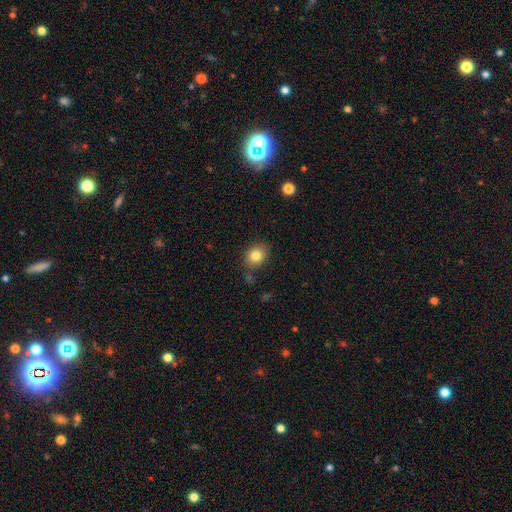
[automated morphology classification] A smooth galaxy with no disk features (81%) that is round (58%).

Vote fractions:
- Smooth or featured? smooth: 81% / star or artifact: 10% / featured or disk: 8%
- How rounded? round: 58% / in between: 41% / cigar-shaped: 1%
- Merging? none: 80% / minor disturbance: 13% / merger: 3% / major disturbance: 3%